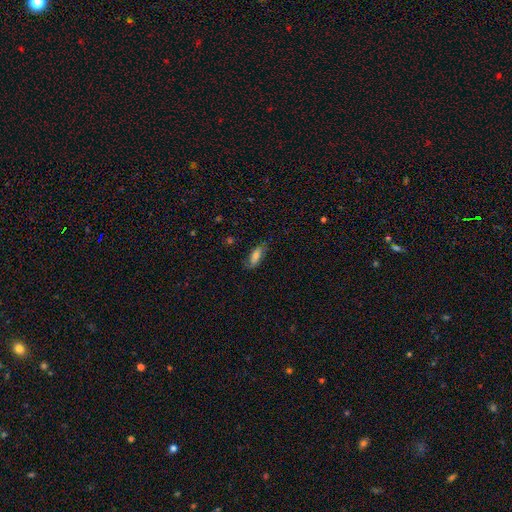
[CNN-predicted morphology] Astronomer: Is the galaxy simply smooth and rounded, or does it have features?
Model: smooth — 66%.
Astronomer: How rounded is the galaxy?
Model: in between — 78%.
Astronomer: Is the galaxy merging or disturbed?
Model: none — 70%.